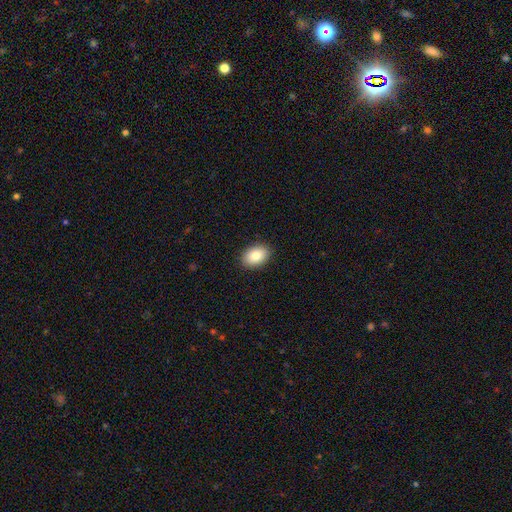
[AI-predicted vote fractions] Smooth or featured: smooth — 84% (featured or disk — 8%)
How rounded: in between — 84% (round — 15%)
Merging: none — 89% (minor disturbance — 8%)